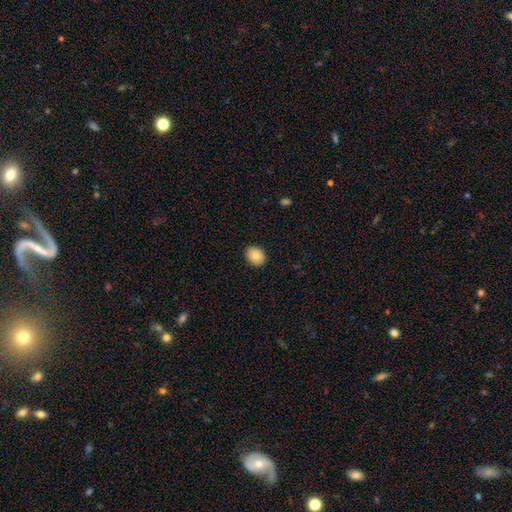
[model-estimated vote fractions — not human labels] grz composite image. It shows a smooth galaxy with no disk features (85%) that is in between round and cigar-shaped (57%). Merging: none (89%).